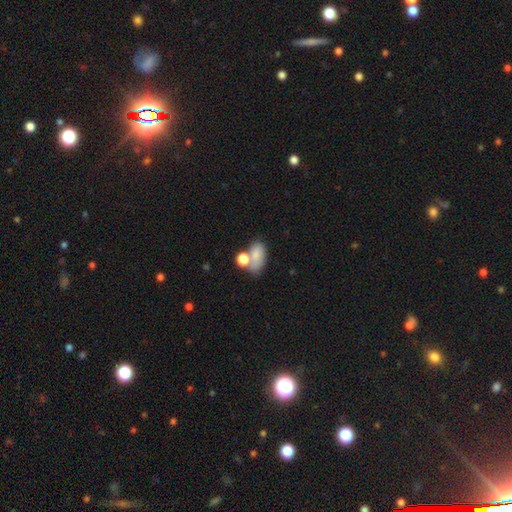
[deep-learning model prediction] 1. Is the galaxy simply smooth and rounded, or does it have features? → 77% smooth, 13% featured or disk, 10% star or artifact.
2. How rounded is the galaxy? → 86% in between, 12% round, 2% cigar-shaped.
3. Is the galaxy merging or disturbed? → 40% merger, 37% none, 15% minor disturbance, 9% major disturbance.